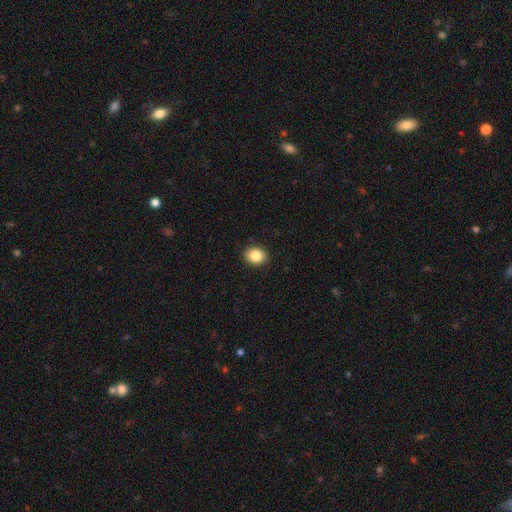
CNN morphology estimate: The model was most divided on "how rounded": round: 57%, in between: 42%, cigar-shaped: 1%. More confident: merging — none (91%); smooth or featured — smooth (85%).